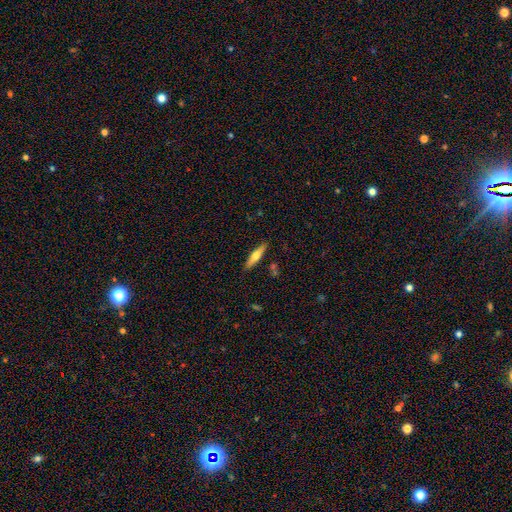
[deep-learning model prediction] A smooth galaxy with no disk features (50%).

Vote fractions:
- Smooth or featured? smooth: 50% / featured or disk: 45% / star or artifact: 6%
- Merging? none: 86% / minor disturbance: 10% / merger: 3% / major disturbance: 2%